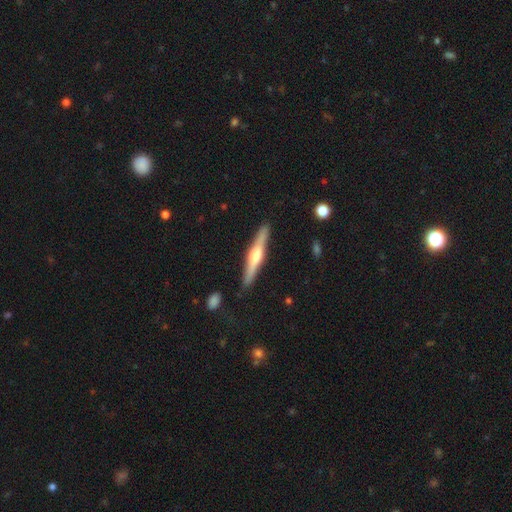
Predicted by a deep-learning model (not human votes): featured or disk 67%, smooth 27%, star or artifact 6%. Down the decision tree: edge-on disk — yes (97%); edge-on bulge — rounded (87%); merging — none (89%).